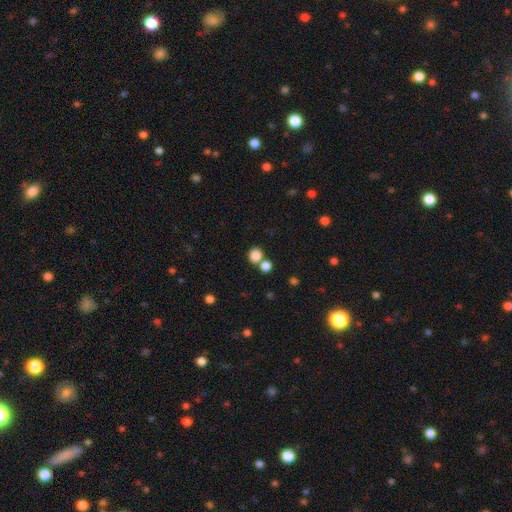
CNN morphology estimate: Smooth or featured: smooth — 83% (star or artifact — 12%)
How rounded: round — 80% (in between — 19%)
Merging: none — 59% (merger — 30%)